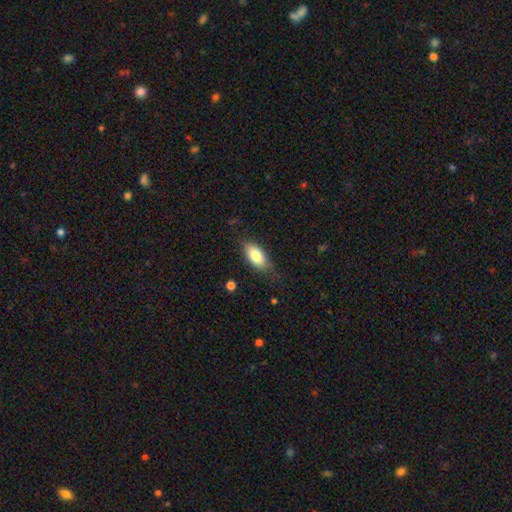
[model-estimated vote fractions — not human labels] Smooth or featured?
  - smooth: 81% *
  - featured or disk: 13%
  - star or artifact: 7%
How rounded?
  - in between: 88% *
  - cigar-shaped: 9%
  - round: 3%
Merging?
  - none: 69% *
  - minor disturbance: 23%
  - major disturbance: 7%
  - merger: 1%